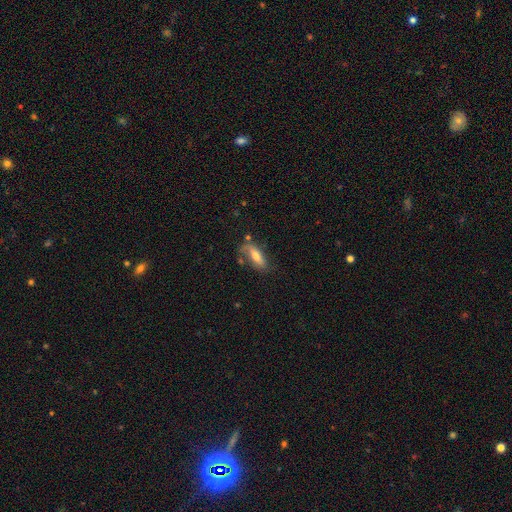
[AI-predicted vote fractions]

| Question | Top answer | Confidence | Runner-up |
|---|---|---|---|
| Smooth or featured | smooth | 61% | featured or disk (32%) |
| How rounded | in between | 64% | cigar-shaped (33%) |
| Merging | none | 56% | minor disturbance (25%) |